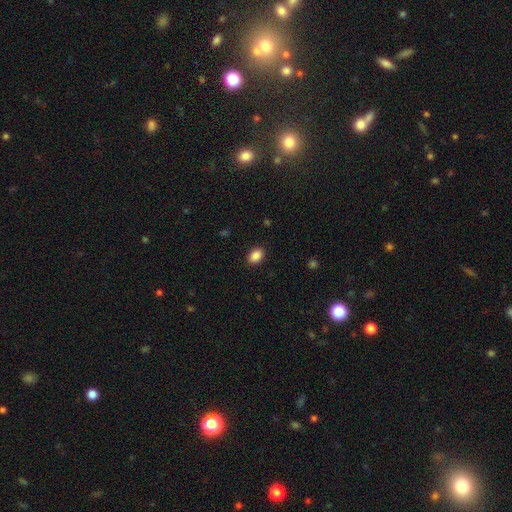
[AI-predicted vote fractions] Smooth or featured?
  - smooth: 89% *
  - star or artifact: 8%
  - featured or disk: 3%
How rounded?
  - in between: 80% *
  - round: 19%
  - cigar-shaped: 1%
Merging?
  - none: 89% *
  - minor disturbance: 8%
  - major disturbance: 2%
  - merger: 1%